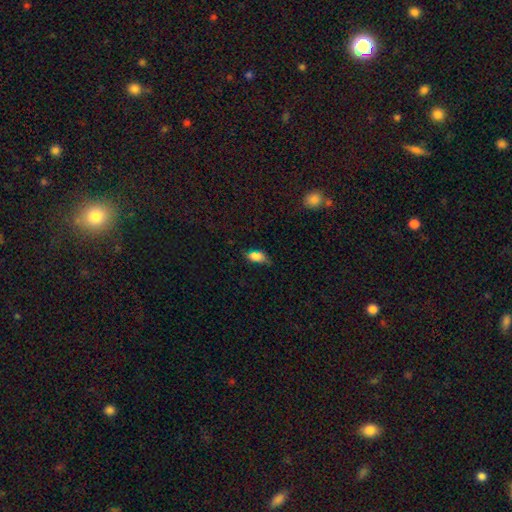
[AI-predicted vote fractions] This appears to be a smooth galaxy with no disk features (76%) that is in between round and cigar-shaped (86%). Merging: none (53%).